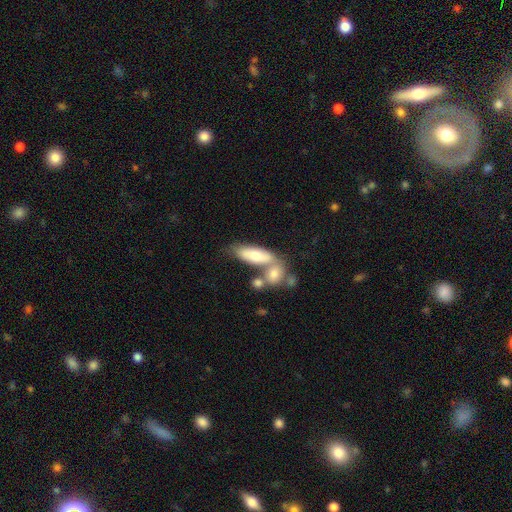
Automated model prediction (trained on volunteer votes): Overall: smooth (69%). How rounded: in between (70%). Merging: merger (43%; none 39%).